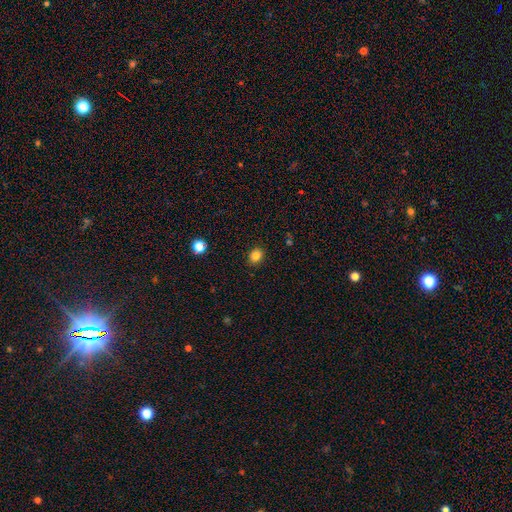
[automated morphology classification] Smooth or featured? smooth (83%)
How rounded? round (63%)
Merging? none (90%)